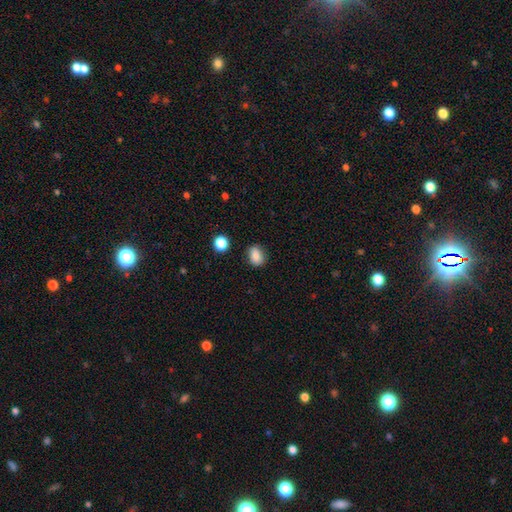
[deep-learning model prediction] smooth 83%, star or artifact 10%, featured or disk 7%. Down the decision tree: how rounded — in between (59%); merging — none (83%).